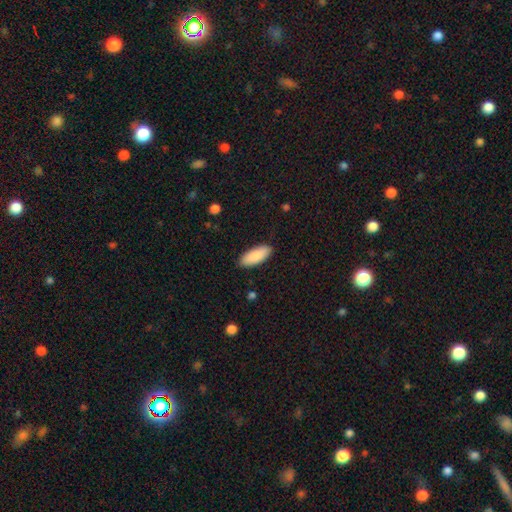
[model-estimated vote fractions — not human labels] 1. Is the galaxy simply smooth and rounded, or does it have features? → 89% smooth, 5% star or artifact, 5% featured or disk.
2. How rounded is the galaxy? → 80% in between, 19% cigar-shaped, 2% round.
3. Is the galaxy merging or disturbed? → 89% none, 8% minor disturbance, 2% major disturbance, 1% merger.